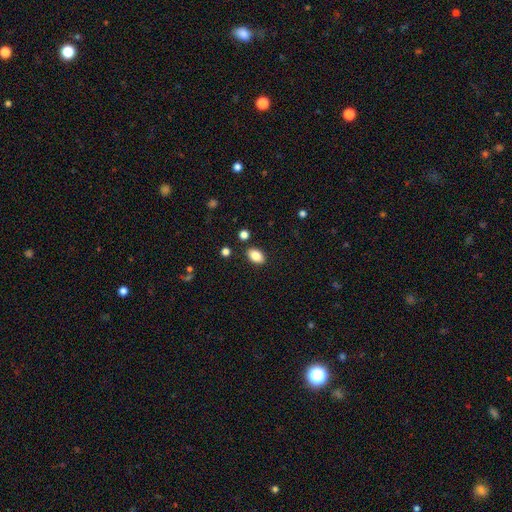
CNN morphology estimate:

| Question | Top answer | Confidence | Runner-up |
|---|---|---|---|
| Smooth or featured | smooth | 85% | star or artifact (9%) |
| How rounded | in between | 88% | round (11%) |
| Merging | none | 86% | minor disturbance (9%) |